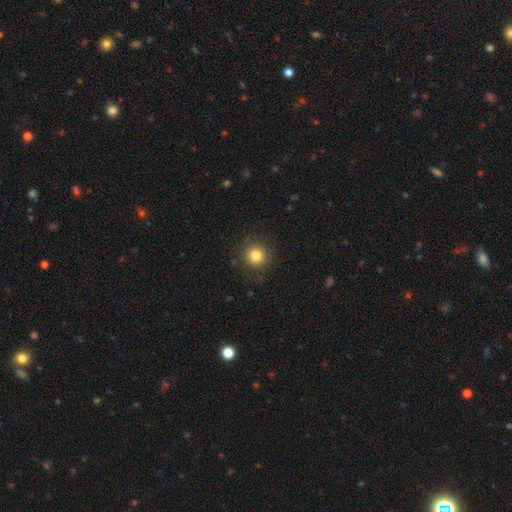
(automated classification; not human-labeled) This appears to be a smooth galaxy with no disk features (82%) that is round (94%). Merging: none (88%).